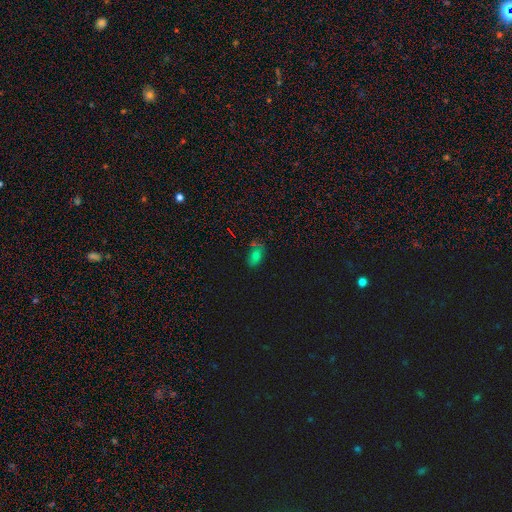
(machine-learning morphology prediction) Q: Smooth or featured?
A: smooth (58%); runner-up: star or artifact (32%)
Q: How rounded?
A: in between (84%); runner-up: round (12%)
Q: Merging?
A: none (69%); runner-up: minor disturbance (19%)